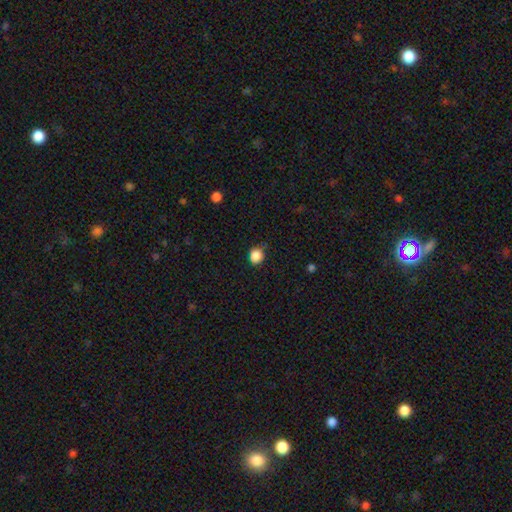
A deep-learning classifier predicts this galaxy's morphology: Smooth or featured? Predicted: smooth (p=0.87). How rounded? Predicted: round (p=0.82). Merging? Predicted: none (p=0.73).